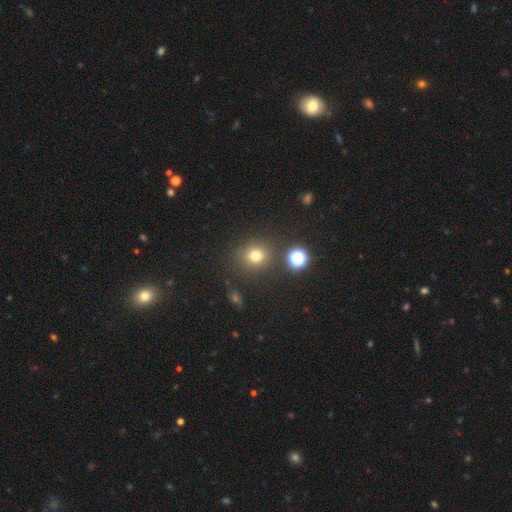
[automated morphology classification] Smooth or featured? smooth (73%)
How rounded? round (88%)
Merging? none (83%)